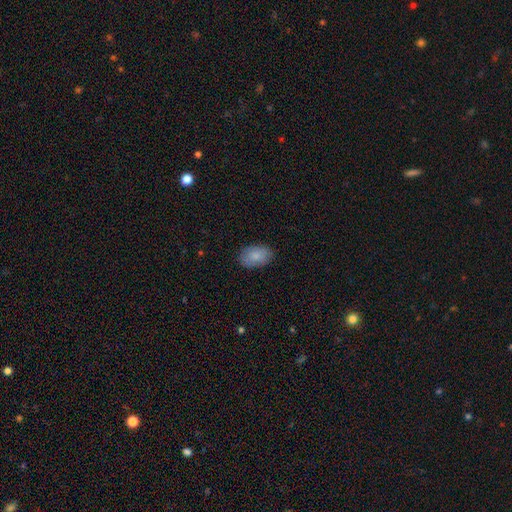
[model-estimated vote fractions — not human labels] Overall: smooth (85%). How rounded: in between (87%). Merging: none (85%).